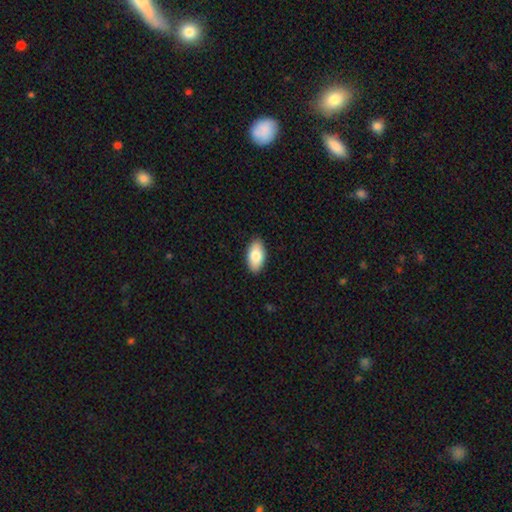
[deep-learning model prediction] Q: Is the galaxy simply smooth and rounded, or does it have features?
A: smooth — 82%.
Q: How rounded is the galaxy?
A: in between — 94%.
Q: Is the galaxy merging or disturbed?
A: none — 89%.